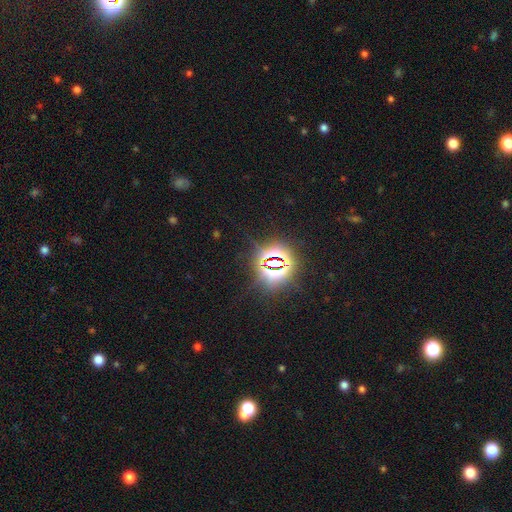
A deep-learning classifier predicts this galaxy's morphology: A star or artifact, not a galaxy (81%).

Vote fractions:
- Smooth or featured? star or artifact: 81% / smooth: 13% / featured or disk: 6%